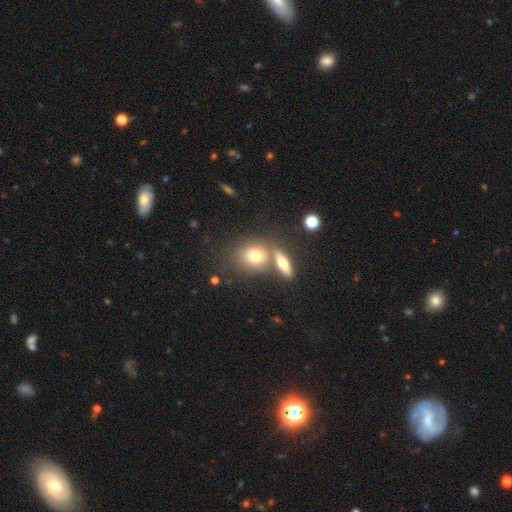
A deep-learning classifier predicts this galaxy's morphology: type=smooth (71%); roundness=round (61%); merging=none (54%).